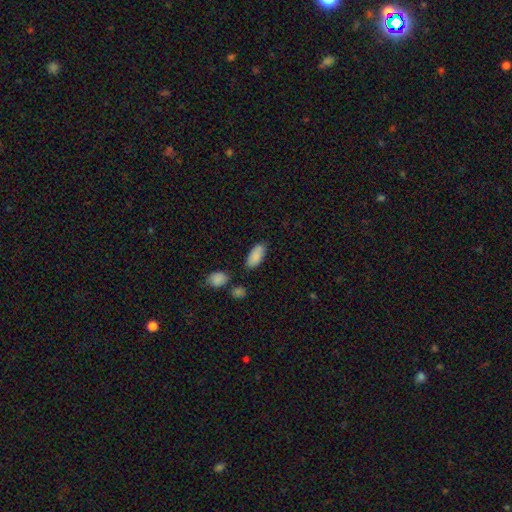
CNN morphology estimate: This is clearly a smooth galaxy (87%). How rounded: clearly in between (89%). Merging: likely none (76%).